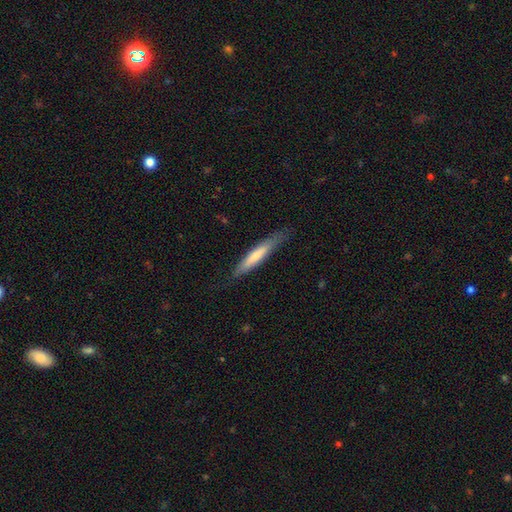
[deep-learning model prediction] Smooth or featured? Predicted: smooth (p=0.65). How rounded? Predicted: cigar-shaped (p=0.91). Merging? Predicted: none (p=0.79).